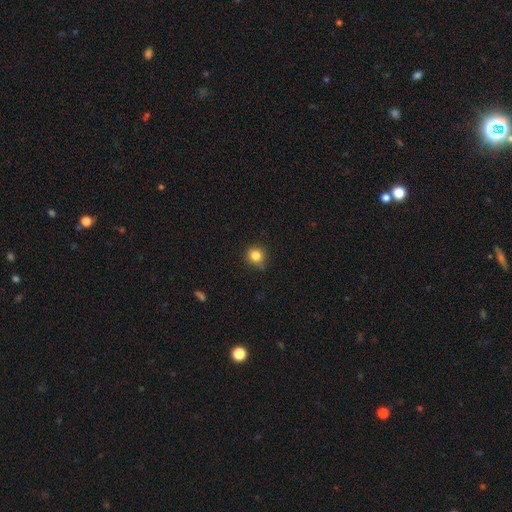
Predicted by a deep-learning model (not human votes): Smooth or featured? Predicted: smooth (p=0.84). How rounded? Predicted: round (p=0.90). Merging? Predicted: none (p=0.82).